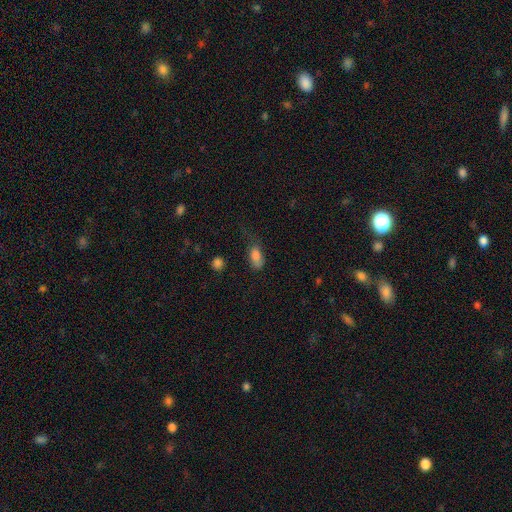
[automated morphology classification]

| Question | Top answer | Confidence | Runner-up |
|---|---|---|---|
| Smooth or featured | smooth | 81% | featured or disk (10%) |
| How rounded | in between | 87% | round (7%) |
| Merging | none | 42% | minor disturbance (33%) |